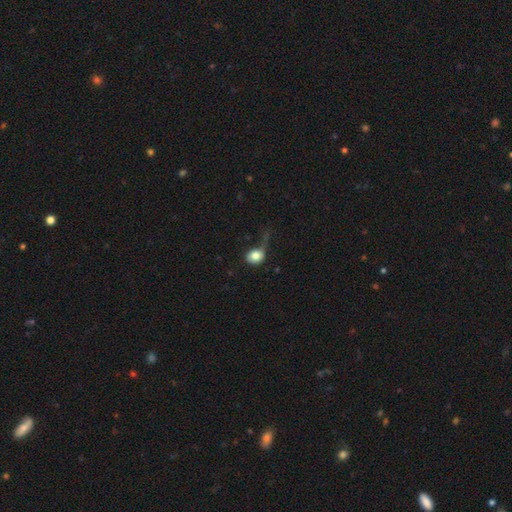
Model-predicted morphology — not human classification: Q: Smooth or featured?
A: smooth (81%); runner-up: featured or disk (11%)
Q: How rounded?
A: round (56%); runner-up: in between (42%)
Q: Merging?
A: major disturbance (37%); runner-up: none (30%)